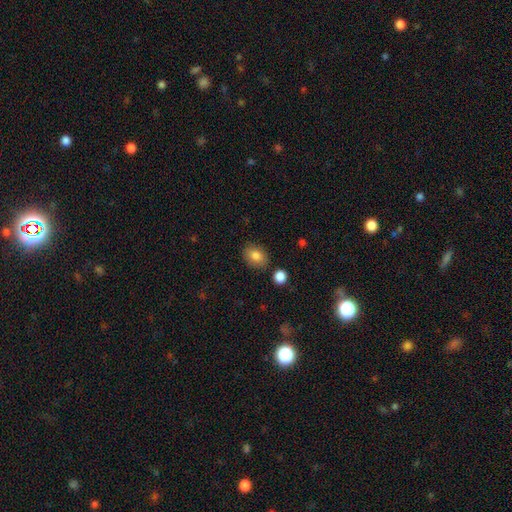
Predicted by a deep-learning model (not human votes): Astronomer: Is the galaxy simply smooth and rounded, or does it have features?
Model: smooth — 83%.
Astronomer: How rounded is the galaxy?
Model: in between — 62% (runner-up: round, 37%).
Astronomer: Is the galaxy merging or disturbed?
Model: none — 85%.